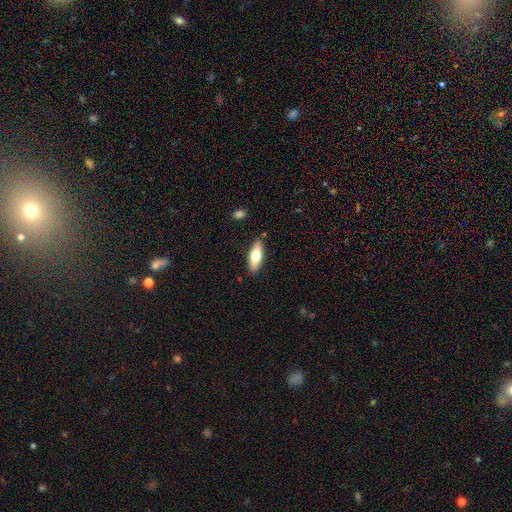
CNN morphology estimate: smooth 60%, featured or disk 34%, star or artifact 6%. Down the decision tree: how rounded — in between (55%); merging — none (87%).